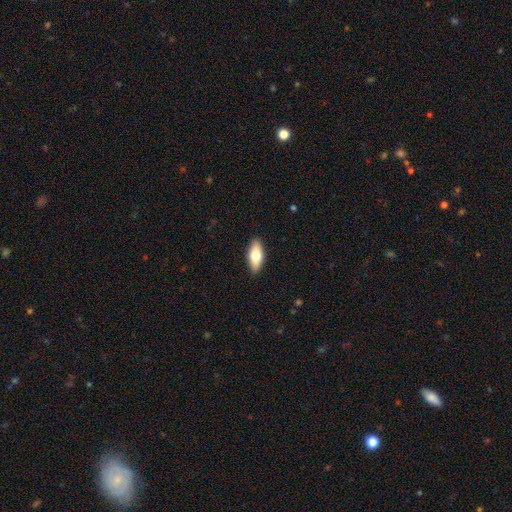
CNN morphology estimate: This appears to be a smooth galaxy with no disk features (73%) that is in between round and cigar-shaped (82%). Merging: none (90%).